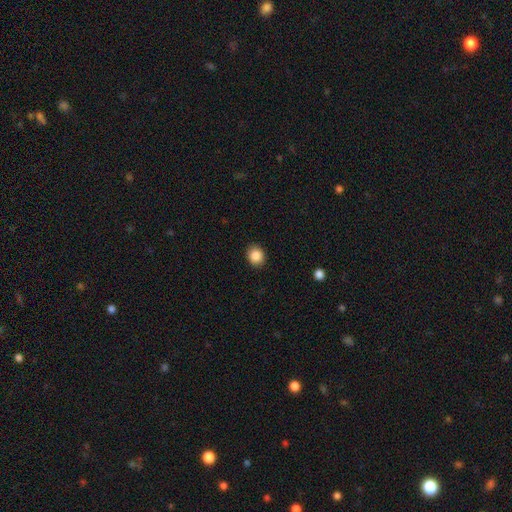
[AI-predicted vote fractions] This is clearly a smooth galaxy (87%). How rounded: likely round (67%). Merging: clearly none (89%).